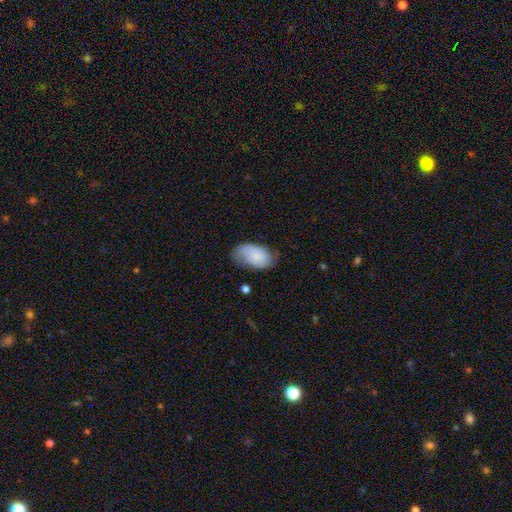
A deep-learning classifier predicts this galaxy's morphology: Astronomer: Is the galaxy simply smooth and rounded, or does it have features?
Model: smooth — 73%.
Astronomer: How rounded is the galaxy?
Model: in between — 93%.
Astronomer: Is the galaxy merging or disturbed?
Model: none — 50% (runner-up: minor disturbance, 35%).